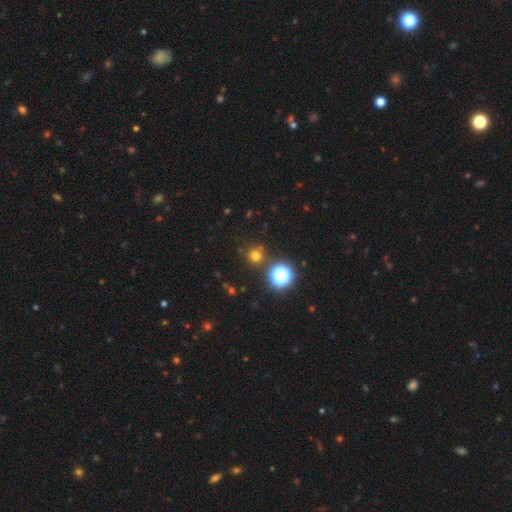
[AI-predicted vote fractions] Q: Smooth or featured?
A: smooth (68%); runner-up: star or artifact (26%)
Q: How rounded?
A: round (94%); runner-up: in between (5%)
Q: Merging?
A: none (83%); runner-up: minor disturbance (7%)